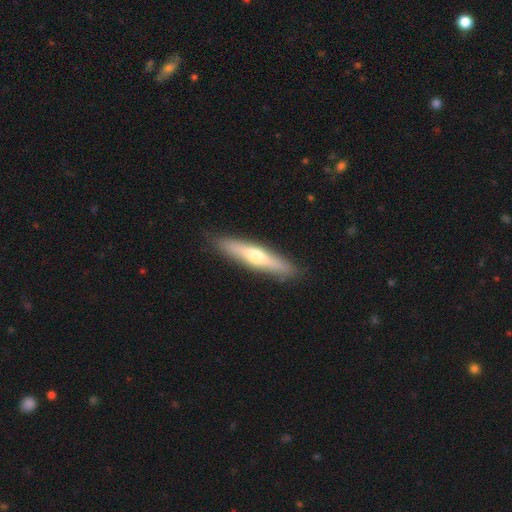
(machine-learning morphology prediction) Smooth or featured? smooth (48%)
Merging? none (89%)